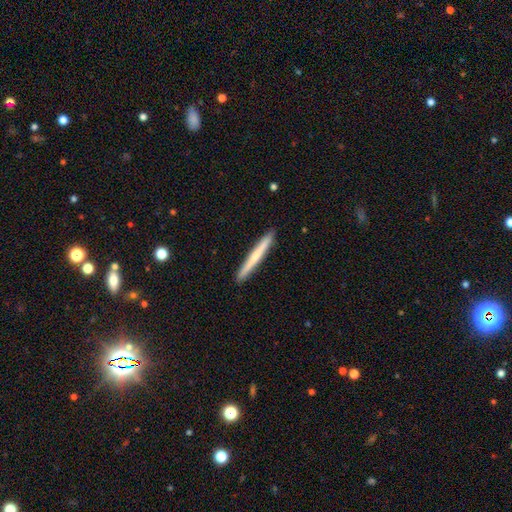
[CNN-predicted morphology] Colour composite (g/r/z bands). It shows a smooth galaxy with no disk features (51%) that is cigar-shaped (97%). Merging: none (92%).